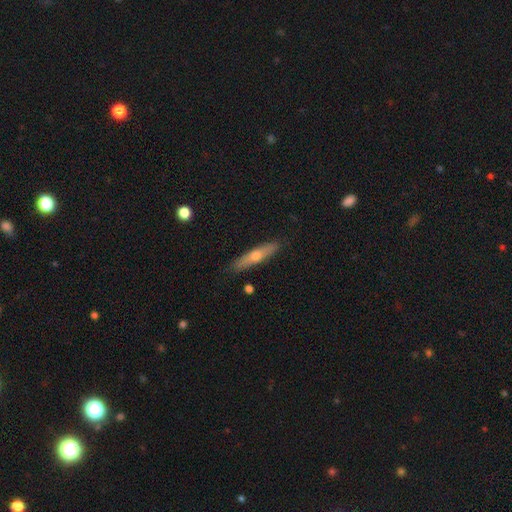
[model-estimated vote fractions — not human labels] Smooth or featured? Predicted: smooth (p=0.51). How rounded? Predicted: cigar-shaped (p=0.83). Merging? Predicted: none (p=0.88).